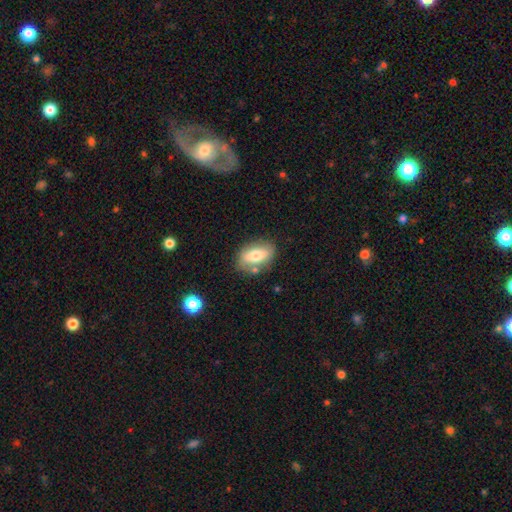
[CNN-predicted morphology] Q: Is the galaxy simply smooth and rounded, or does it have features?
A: smooth — 65%.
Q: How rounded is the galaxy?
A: in between — 86%.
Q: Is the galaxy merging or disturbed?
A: none — 71%.